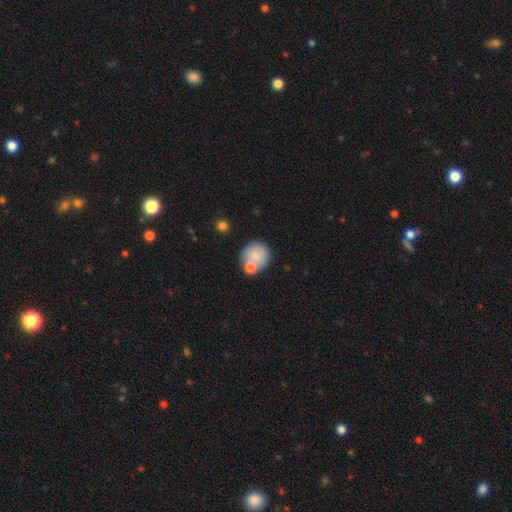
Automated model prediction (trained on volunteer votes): Smooth or featured?
  - smooth: 77% *
  - featured or disk: 15%
  - star or artifact: 8%
How rounded?
  - round: 89% *
  - in between: 10%
  - cigar-shaped: 1%
Merging?
  - none: 60% *
  - merger: 24%
  - minor disturbance: 12%
  - major disturbance: 4%